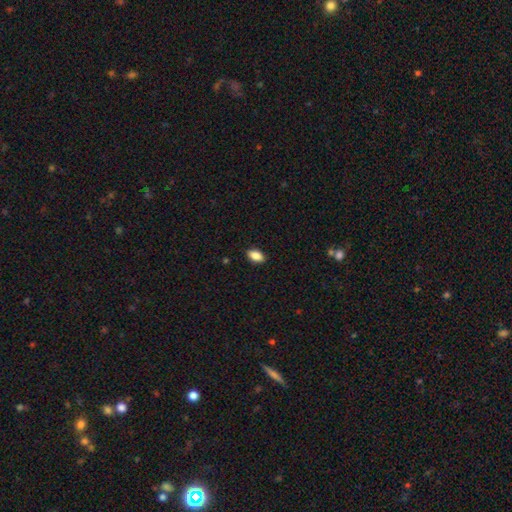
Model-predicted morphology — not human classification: Smooth or featured? smooth (88%)
How rounded? in between (92%)
Merging? none (89%)